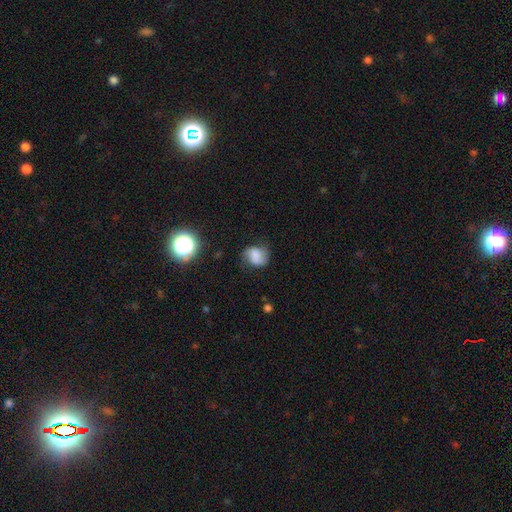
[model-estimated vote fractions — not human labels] Smooth or featured?
  - smooth: 49% *
  - featured or disk: 39%
  - star or artifact: 12%
Merging?
  - none: 61% *
  - minor disturbance: 25%
  - major disturbance: 11%
  - merger: 2%